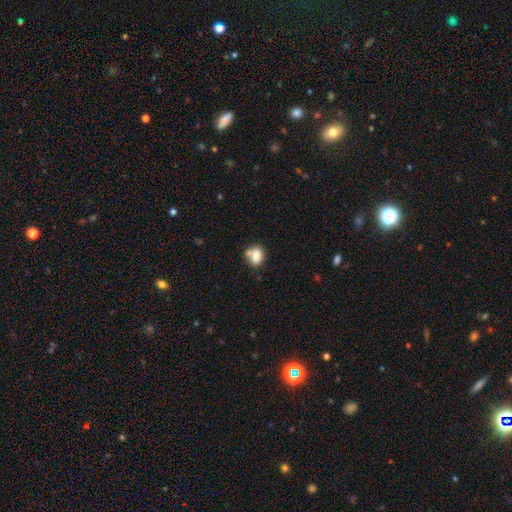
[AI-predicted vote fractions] A smooth galaxy with no disk features (78%) that is in between round and cigar-shaped (57%). Merging: none (46%).